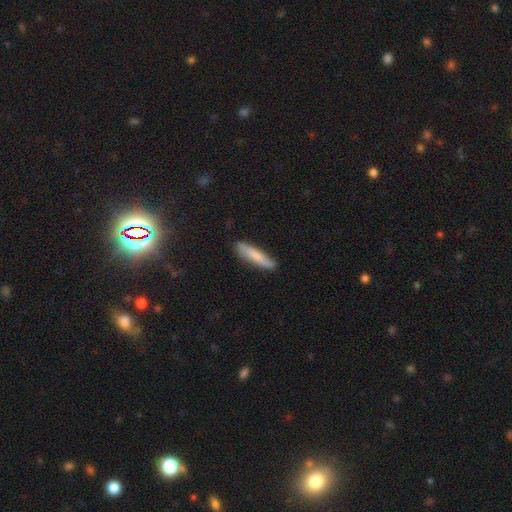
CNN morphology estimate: type=smooth (75%); roundness=cigar-shaped (87%); merging=none (84%).